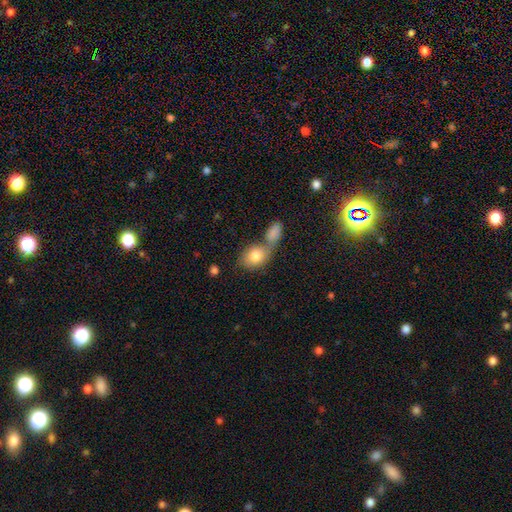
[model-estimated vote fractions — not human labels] smooth_or_featured: smooth (p=0.81) [alt: featured or disk p=0.11]
how_rounded: in between (p=0.60) [alt: round p=0.39]
merging: merger (p=0.53) [alt: none p=0.32]